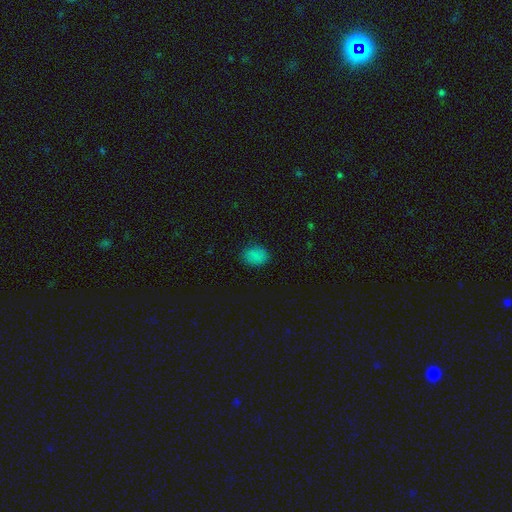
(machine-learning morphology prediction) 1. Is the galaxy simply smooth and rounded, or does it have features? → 84% smooth, 12% star or artifact, 4% featured or disk.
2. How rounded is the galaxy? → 65% in between, 34% round, 1% cigar-shaped.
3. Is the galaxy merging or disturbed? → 83% none, 13% minor disturbance, 3% major disturbance, 1% merger.